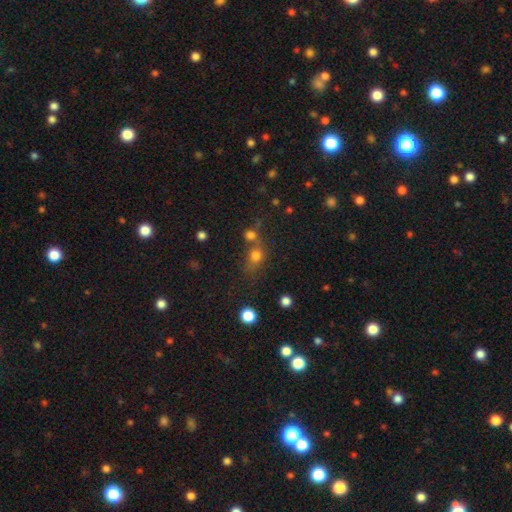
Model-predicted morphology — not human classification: This appears to be a smooth galaxy with no disk features (74%) that is round (65%). Merging: none (48%).